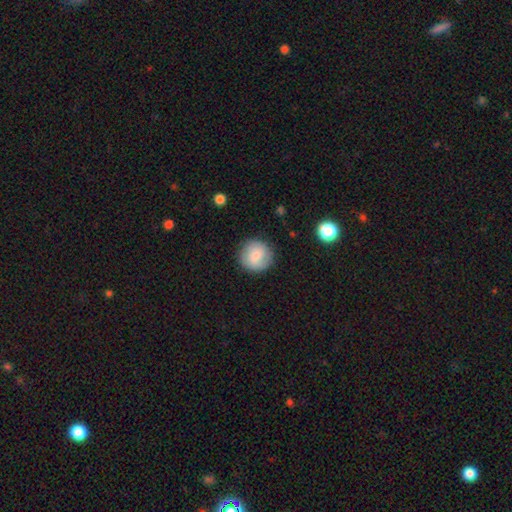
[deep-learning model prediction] Smooth or featured? smooth (73%)
How rounded? round (93%)
Merging? none (85%)